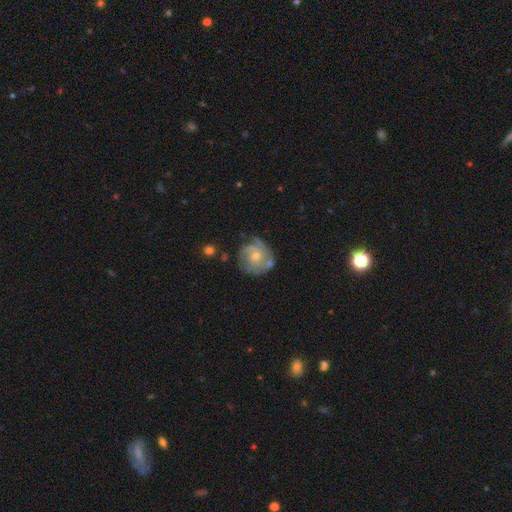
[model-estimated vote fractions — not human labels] Smooth or featured? Predicted: featured or disk (p=0.68). Edge-on disk? Predicted: no (p=0.98). Bar? Predicted: no (p=0.74). Spiral arms? Predicted: yes (p=0.85). Spiral winding? Predicted: tight (p=0.54). Spiral arm count? Predicted: can't tell (p=0.34). Bulge size? Predicted: small (p=0.56). Merging? Predicted: none (p=0.59).